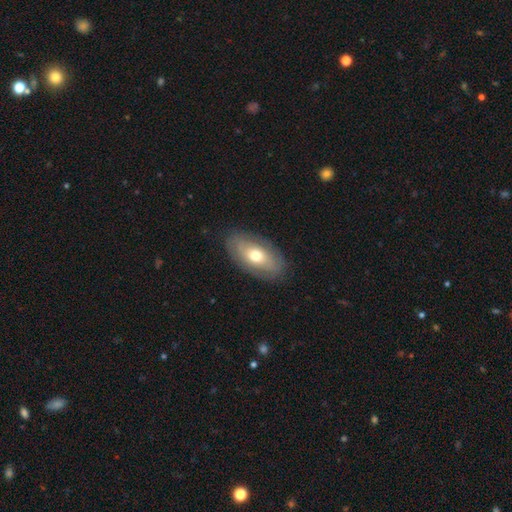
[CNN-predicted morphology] Smooth or featured?
  - smooth: 58% *
  - featured or disk: 36%
  - star or artifact: 6%
How rounded?
  - in between: 92% *
  - round: 5%
  - cigar-shaped: 4%
Merging?
  - none: 84% *
  - minor disturbance: 12%
  - major disturbance: 3%
  - merger: 1%